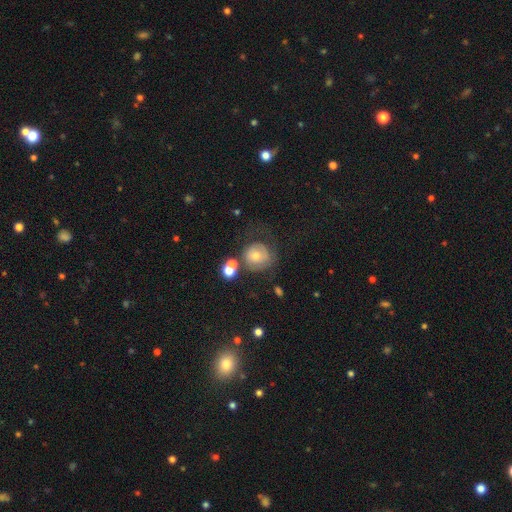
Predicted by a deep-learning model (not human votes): A smooth galaxy with no disk features (48%).

Vote fractions:
- Smooth or featured? smooth: 48% / featured or disk: 40% / star or artifact: 12%
- Merging? none: 45% / major disturbance: 22% / minor disturbance: 21% / merger: 12%